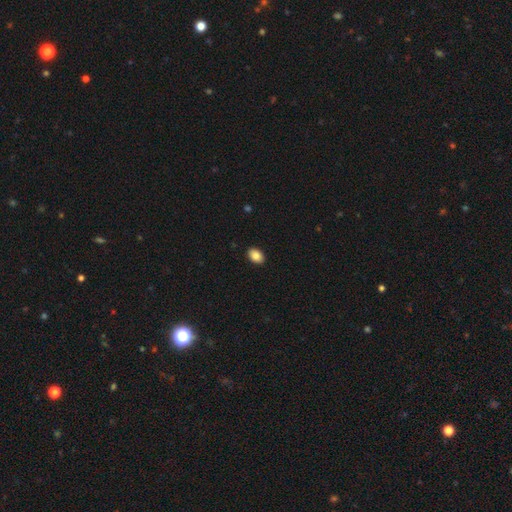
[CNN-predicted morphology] smooth-or-featured: smooth: 87% | star or artifact: 8% | featured or disk: 5%
  how-rounded: in between: 82% | round: 17% | cigar-shaped: 1%
  merging: none: 91% | minor disturbance: 7% | major disturbance: 2% | merger: 1%